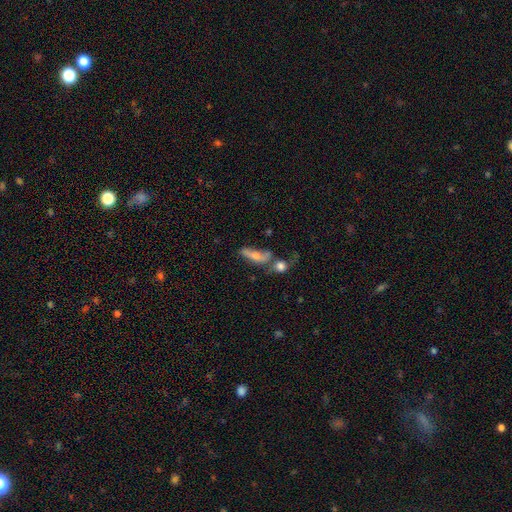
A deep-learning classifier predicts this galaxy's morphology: This is marginally a smooth galaxy (44%, tied with featured or disk). Merging: marginally merger (39%).